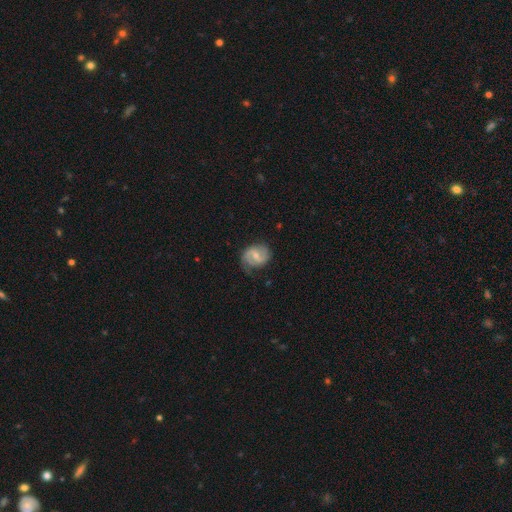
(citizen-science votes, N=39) A featured or disk galaxy (69%) with a weak bar (50%), 2 (83%) tight (48%) spiral arms (88%) and a small central bulge (58%). Merging: none (60%).